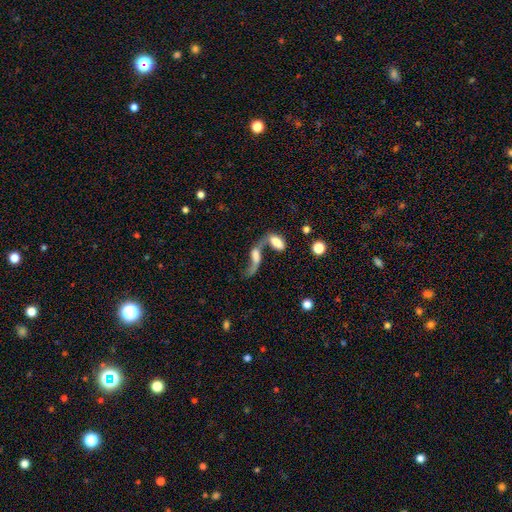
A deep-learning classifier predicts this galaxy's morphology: type=featured or disk (57%); edge-on=no (88%); merging=merger (60%).